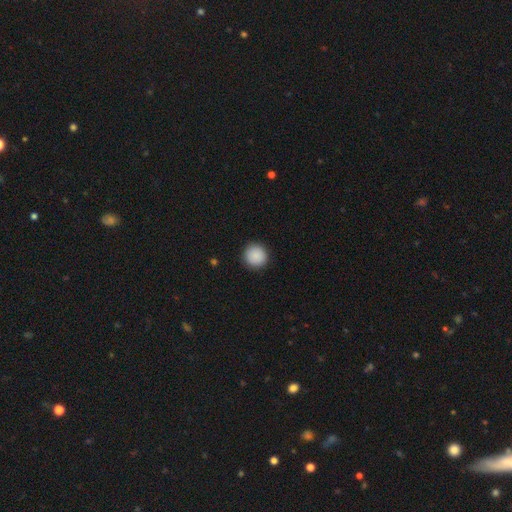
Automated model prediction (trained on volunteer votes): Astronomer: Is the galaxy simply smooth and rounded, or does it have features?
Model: smooth — 90%.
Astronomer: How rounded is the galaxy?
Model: round — 95%.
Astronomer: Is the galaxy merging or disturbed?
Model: none — 92%.